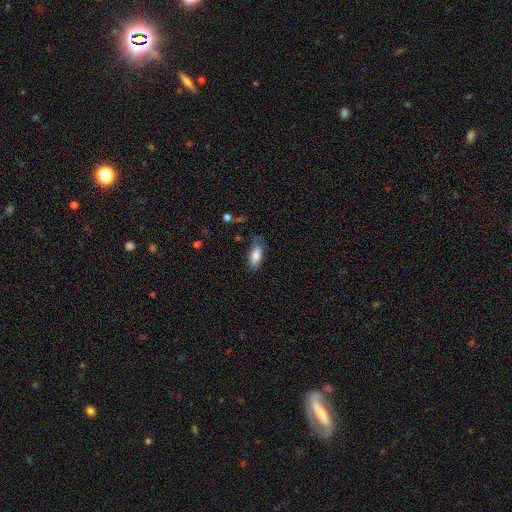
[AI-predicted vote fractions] This appears to be a smooth galaxy with no disk features (79%) that is in between round and cigar-shaped (85%). Merging: none (61%).